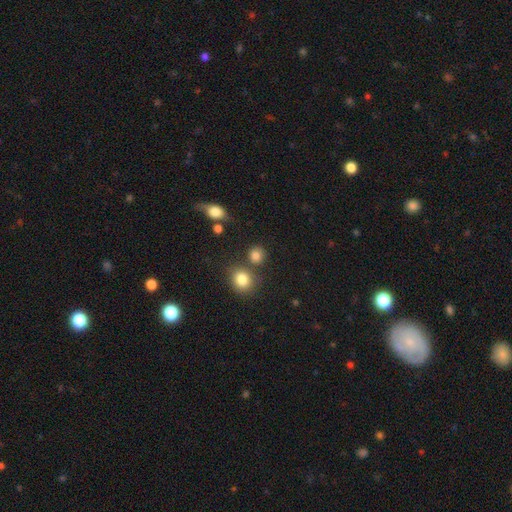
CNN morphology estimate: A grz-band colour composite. It shows a smooth galaxy with no disk features (82%) that is round (83%). Merging: none (74%).